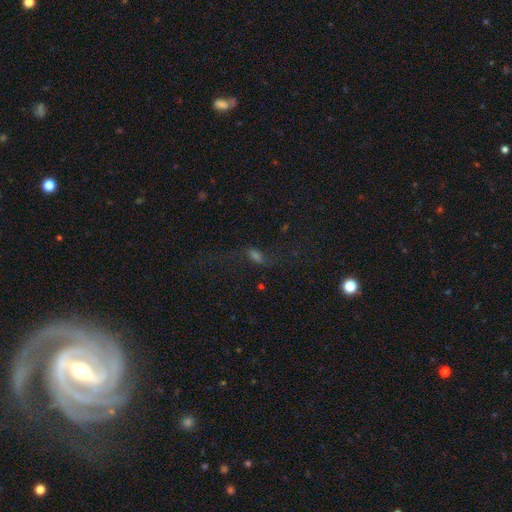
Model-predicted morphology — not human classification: Smooth or featured? Predicted: featured or disk (p=0.38). Merging? Predicted: none (p=0.56).